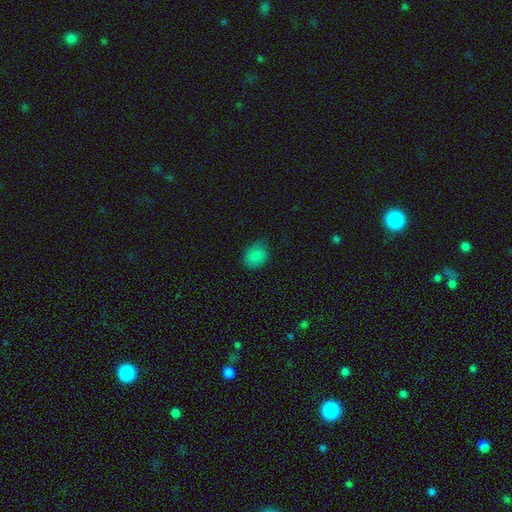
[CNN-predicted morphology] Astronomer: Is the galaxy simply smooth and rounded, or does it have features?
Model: smooth — 83%.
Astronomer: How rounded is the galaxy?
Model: in between — 61% (runner-up: round, 38%).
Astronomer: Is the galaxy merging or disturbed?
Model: none — 67%.